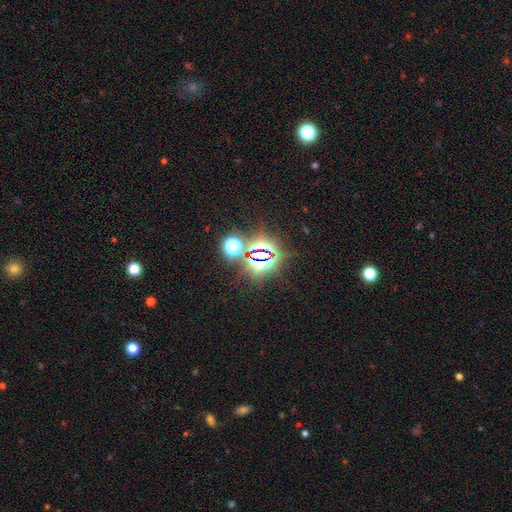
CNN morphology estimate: A star or artifact, not a galaxy (77%).

Vote fractions:
- Smooth or featured? star or artifact: 77% / smooth: 15% / featured or disk: 8%